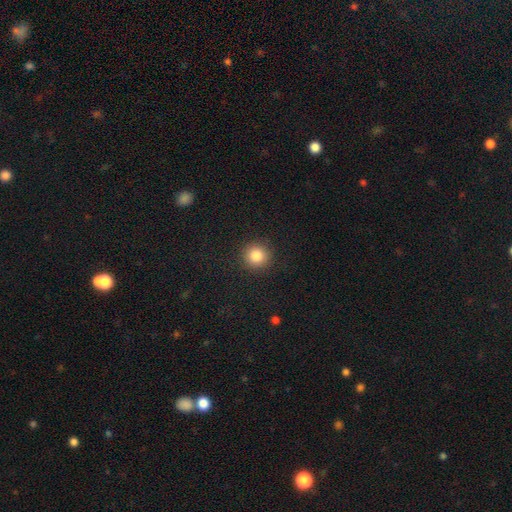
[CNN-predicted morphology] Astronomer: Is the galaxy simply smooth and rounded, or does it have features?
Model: smooth — 85%.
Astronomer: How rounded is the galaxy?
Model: round — 94%.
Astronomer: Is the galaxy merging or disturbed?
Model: none — 91%.